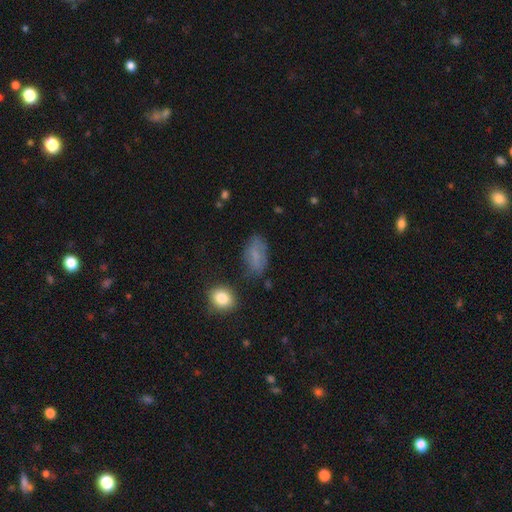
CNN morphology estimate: A smooth galaxy with no disk features (62%) that is in between round and cigar-shaped (89%).

Vote fractions:
- Smooth or featured? smooth: 62% / featured or disk: 27% / star or artifact: 11%
- How rounded? in between: 89% / round: 8% / cigar-shaped: 3%
- Merging? none: 64% / minor disturbance: 24% / major disturbance: 9% / merger: 3%